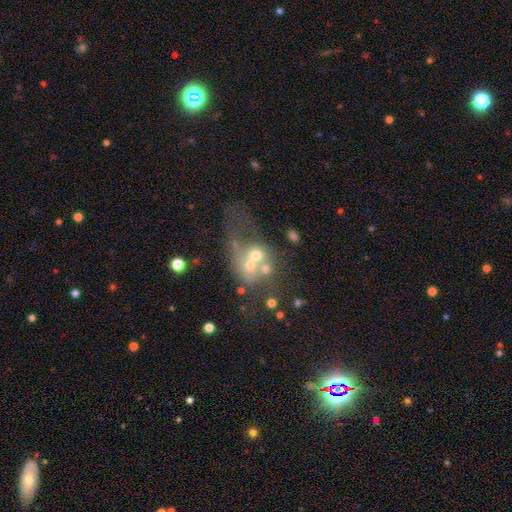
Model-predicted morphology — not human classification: Smooth or featured? smooth (42%)
Merging? merger (56%)